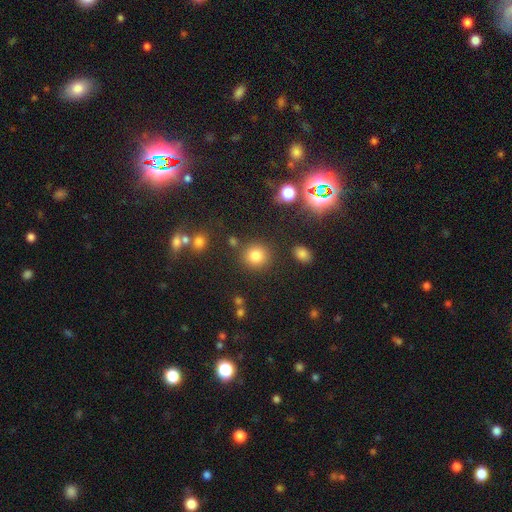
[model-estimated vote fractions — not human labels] smooth-or-featured: smooth: 79% | star or artifact: 14% | featured or disk: 7%
  how-rounded: round: 89% | in between: 10% | cigar-shaped: 1%
  merging: none: 83% | minor disturbance: 8% | merger: 5% | major disturbance: 4%